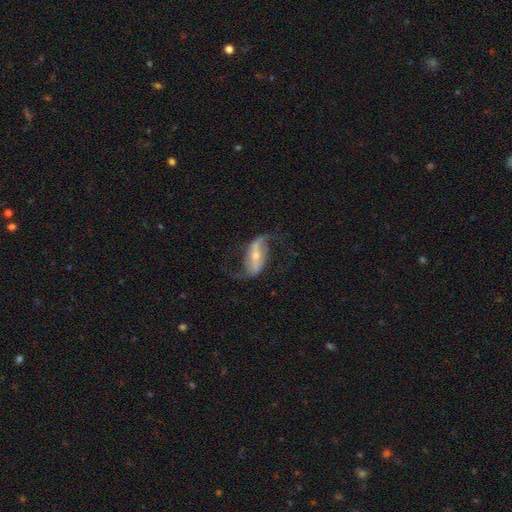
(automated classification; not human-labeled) A featured or disk galaxy (87%) with a strong bar (57%), 2 (93%) loose (80%) spiral arms (95%) and a small central bulge (55%).

Vote fractions:
- Smooth or featured? featured or disk: 87% / smooth: 8% / star or artifact: 6%
- Edge-on disk? no: 94% / yes: 6%
- Bar? strong: 57% / weak: 30% / no: 14%
- Spiral arms? yes: 95% / no: 5%
- Spiral winding? loose: 80% / medium: 15% / tight: 4%
- Spiral arm count? 2: 93% / 1: 2% / can't tell: 2% / 3: 1% / 4: 1% / more than 4: 1%
- Bulge size? small: 55% / moderate: 39% / large: 3% / none: 2% / dominant: 1%
- Merging? none: 73% / minor disturbance: 14% / major disturbance: 11% / merger: 2%